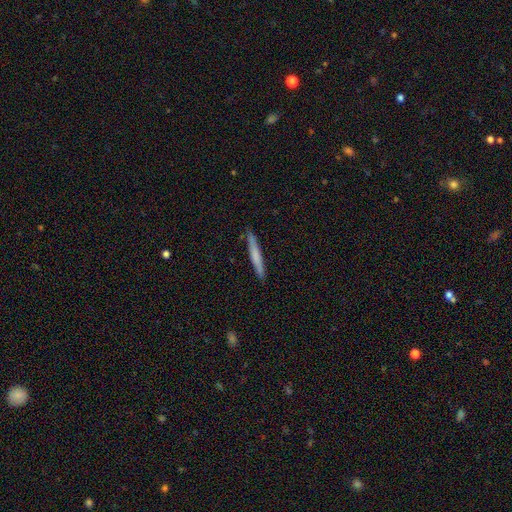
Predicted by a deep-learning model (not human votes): smooth-or-featured: smooth: 63% | featured or disk: 32% | star or artifact: 5%
  how-rounded: cigar-shaped: 96% | in between: 3% | round: 1%
  merging: none: 90% | minor disturbance: 7% | major disturbance: 1% | merger: 1%